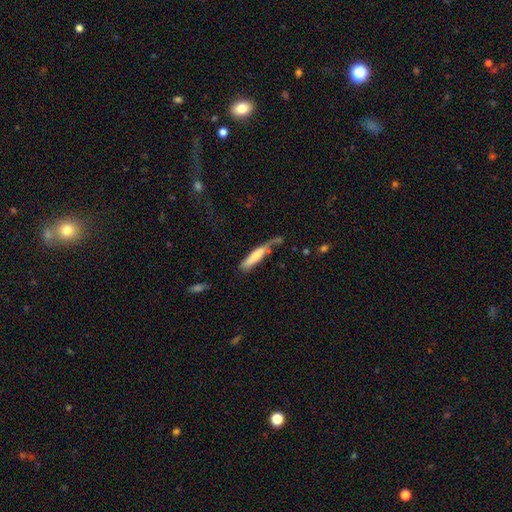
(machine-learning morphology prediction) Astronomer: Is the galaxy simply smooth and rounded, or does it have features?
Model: smooth — 66%.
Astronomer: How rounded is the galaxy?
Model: cigar-shaped — 80%.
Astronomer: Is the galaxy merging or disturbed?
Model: none — 40% (runner-up: minor disturbance, 28%).